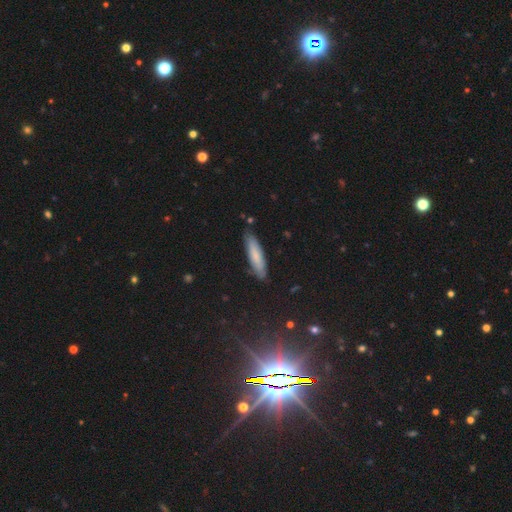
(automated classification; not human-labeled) smooth-or-featured: smooth: 73% | featured or disk: 20% | star or artifact: 7%
  how-rounded: cigar-shaped: 76% | in between: 22% | round: 1%
  merging: none: 84% | minor disturbance: 12% | major disturbance: 2% | merger: 2%